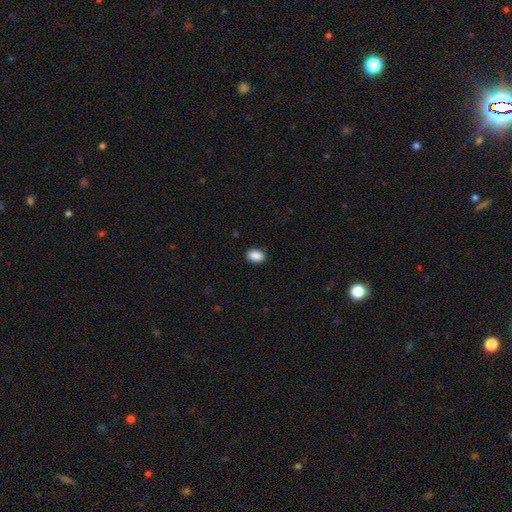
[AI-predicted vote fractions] Smooth or featured? Predicted: smooth (p=0.90). How rounded? Predicted: in between (p=0.83). Merging? Predicted: none (p=0.90).